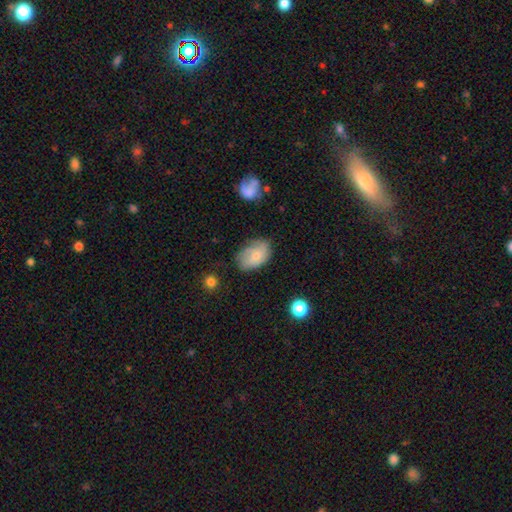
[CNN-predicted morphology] This appears to be a smooth galaxy with no disk features (61%) that is in between round and cigar-shaped (86%). Merging: none (63%).